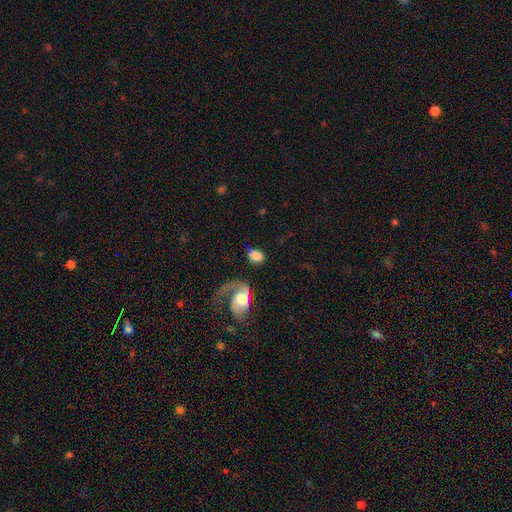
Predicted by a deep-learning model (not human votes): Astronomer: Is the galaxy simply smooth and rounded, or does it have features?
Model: smooth — 71%.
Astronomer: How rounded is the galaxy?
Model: in between — 72%.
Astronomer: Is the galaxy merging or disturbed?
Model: none — 57%.